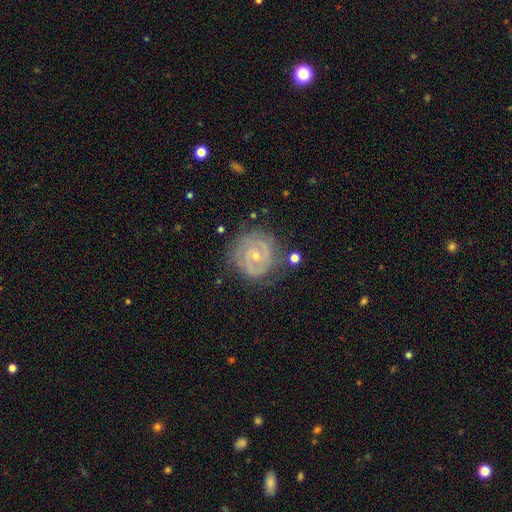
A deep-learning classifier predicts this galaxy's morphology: A featured or disk galaxy (81%) with no bar (65%), 2 (52%) tight (69%) spiral arms (90%) and a small central bulge (65%).

Vote fractions:
- Smooth or featured? featured or disk: 81% / smooth: 13% / star or artifact: 6%
- Edge-on disk? no: 98% / yes: 2%
- Bar? no: 65% / weak: 28% / strong: 7%
- Spiral arms? yes: 90% / no: 10%
- Spiral winding? tight: 69% / medium: 25% / loose: 6%
- Spiral arm count? 2: 52% / can't tell: 23% / 3: 14% / 1: 4% / 4: 4% / more than 4: 3%
- Bulge size? small: 65% / moderate: 32% / none: 1% / large: 1% / dominant: 1%
- Merging? none: 73% / minor disturbance: 18% / major disturbance: 7% / merger: 2%